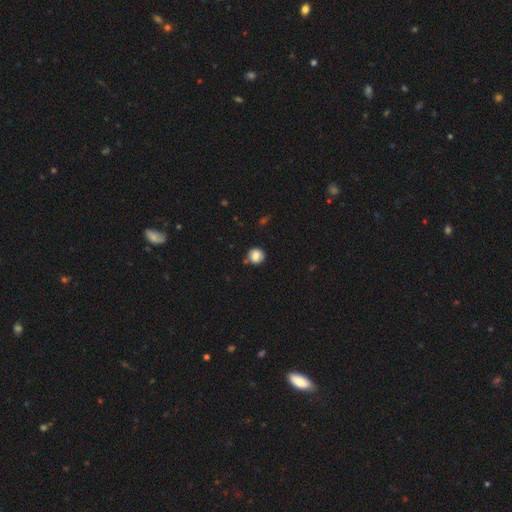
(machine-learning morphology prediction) Q: Smooth or featured?
A: smooth (76%); runner-up: featured or disk (14%)
Q: How rounded?
A: round (84%); runner-up: in between (15%)
Q: Merging?
A: none (75%); runner-up: minor disturbance (16%)